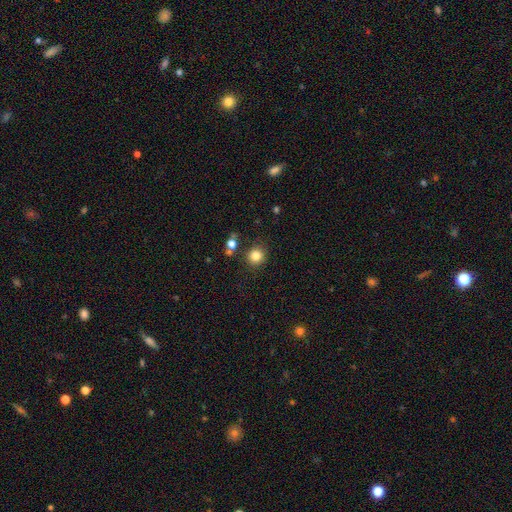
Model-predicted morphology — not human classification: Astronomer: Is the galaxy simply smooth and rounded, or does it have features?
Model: smooth — 83%.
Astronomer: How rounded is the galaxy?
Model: round — 90%.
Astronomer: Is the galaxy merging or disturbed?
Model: none — 84%.